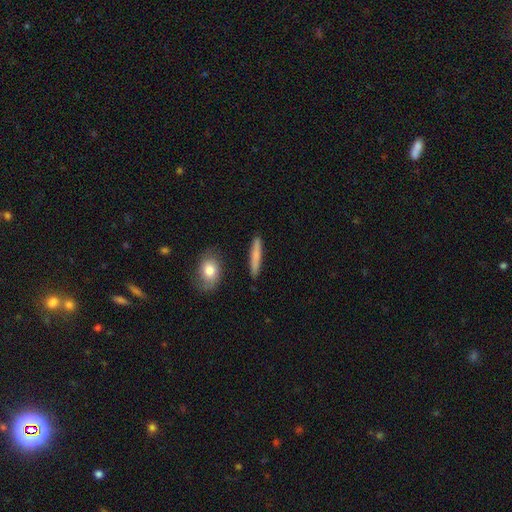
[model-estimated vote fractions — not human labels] smooth_or_featured: smooth (p=0.73) [alt: featured or disk p=0.21]
how_rounded: cigar-shaped (p=0.91) [alt: in between p=0.06]
merging: none (p=0.88) [alt: minor disturbance p=0.08]